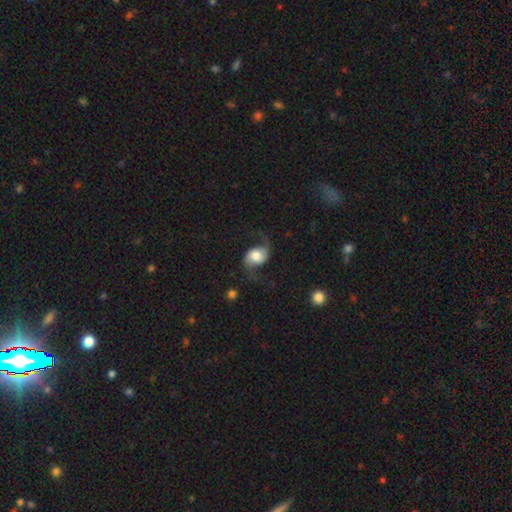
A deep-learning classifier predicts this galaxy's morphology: Smooth or featured?
  - featured or disk: 72% *
  - smooth: 21%
  - star or artifact: 7%
Edge-on disk?
  - no: 97% *
  - yes: 3%
Bar?
  - no: 61% *
  - weak: 29%
  - strong: 10%
Spiral arms?
  - yes: 93% *
  - no: 7%
Spiral winding?
  - loose: 81% *
  - medium: 16%
  - tight: 4%
Spiral arm count?
  - 2: 93% *
  - 1: 3%
  - can't tell: 2%
  - 3: 1%
  - 4: 1%
  - more than 4: 1%
Bulge size?
  - moderate: 48% *
  - large: 32%
  - small: 10%
  - dominant: 8%
  - none: 2%
Merging?
  - none: 66% *
  - minor disturbance: 16%
  - major disturbance: 16%
  - merger: 2%